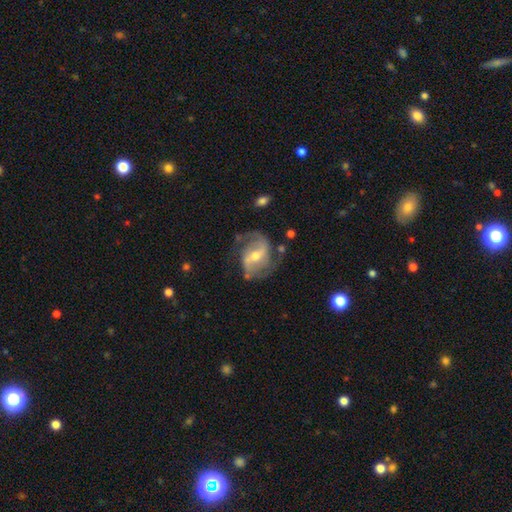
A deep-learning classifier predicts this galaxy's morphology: This appears to be a featured or disk galaxy (87%) with a weak bar (46%), 2 (88%) medium (50%) spiral arms (95%) and a moderate central bulge (59%). Merging: none (70%).